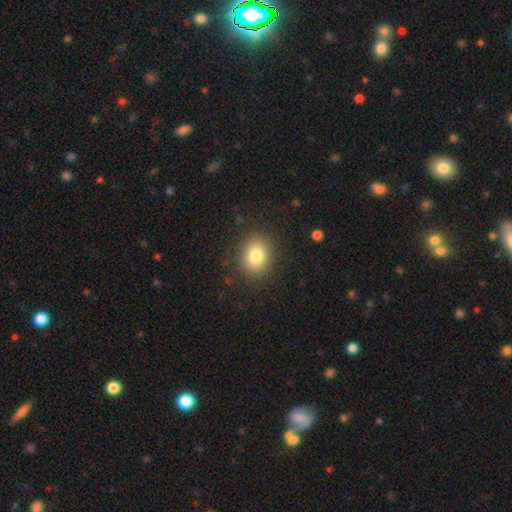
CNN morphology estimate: Smooth or featured: smooth — 81% (star or artifact — 10%)
How rounded: round — 59% (in between — 40%)
Merging: none — 86% (minor disturbance — 9%)